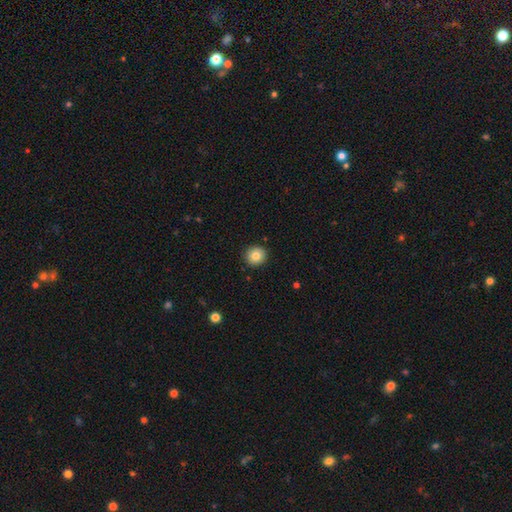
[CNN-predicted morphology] Smooth or featured: smooth — 81% (star or artifact — 10%)
How rounded: round — 92% (in between — 7%)
Merging: none — 92% (minor disturbance — 6%)